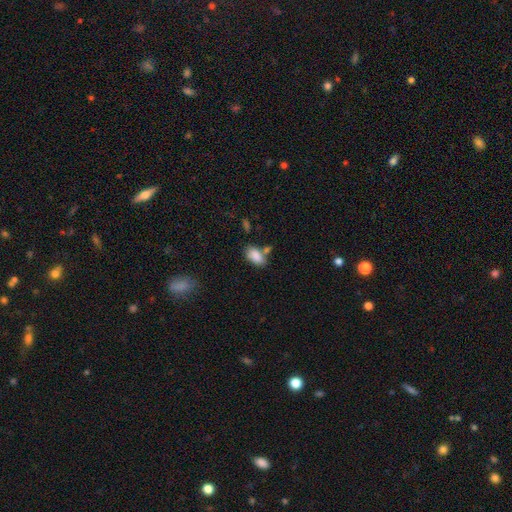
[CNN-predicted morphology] smooth-or-featured: smooth: 85% | star or artifact: 8% | featured or disk: 7%
  how-rounded: in between: 92% | round: 6% | cigar-shaped: 2%
  merging: none: 56% | merger: 21% | minor disturbance: 18% | major disturbance: 5%